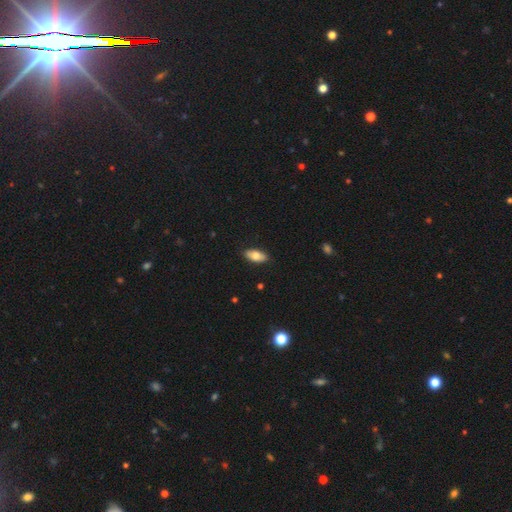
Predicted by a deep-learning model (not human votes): Morphology: type=smooth (76%); roundness=in between (89%); merging=none (87%).